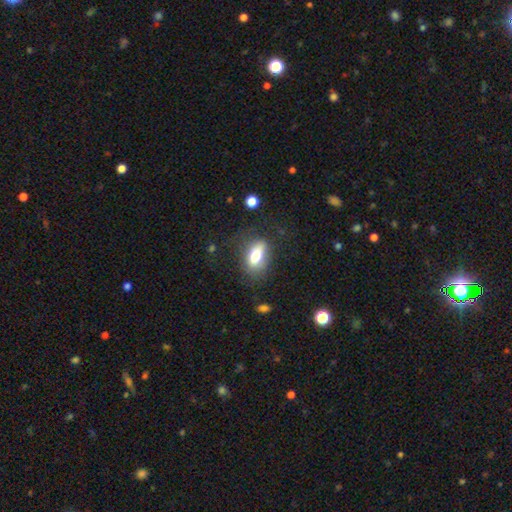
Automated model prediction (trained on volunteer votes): Smooth or featured? smooth (70%)
How rounded? in between (84%)
Merging? none (69%)